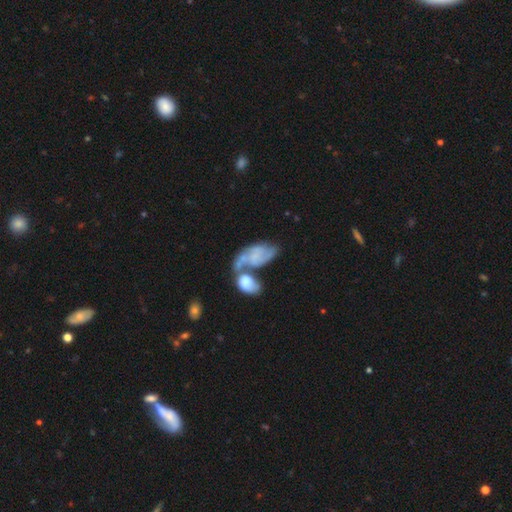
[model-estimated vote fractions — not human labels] Overall: featured or disk (64%; smooth 28%). Edge-on disk: no (96%). Bar: no (68%). Spiral arms: yes (78%). Bulge size: none (53%; small 28%). Merging: merger (58%).